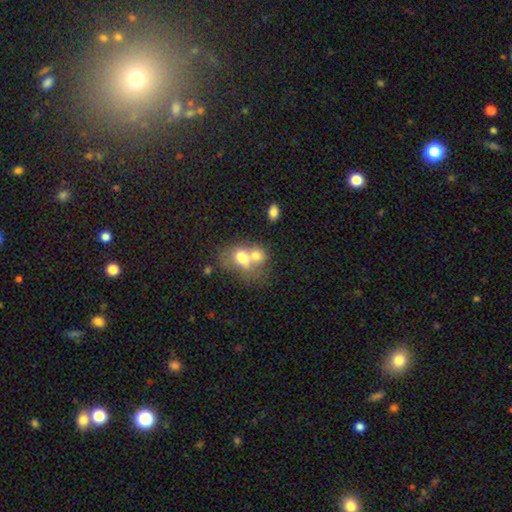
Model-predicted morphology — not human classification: The model was most divided on "how rounded": in between: 58%, round: 41%, cigar-shaped: 1%. More confident: merging — merger (68%); smooth or featured — smooth (67%).